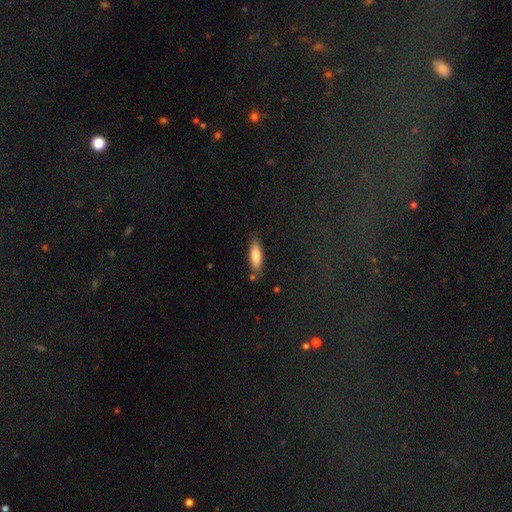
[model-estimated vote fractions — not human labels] Smooth or featured? smooth (80%)
How rounded? in between (57%)
Merging? none (79%)